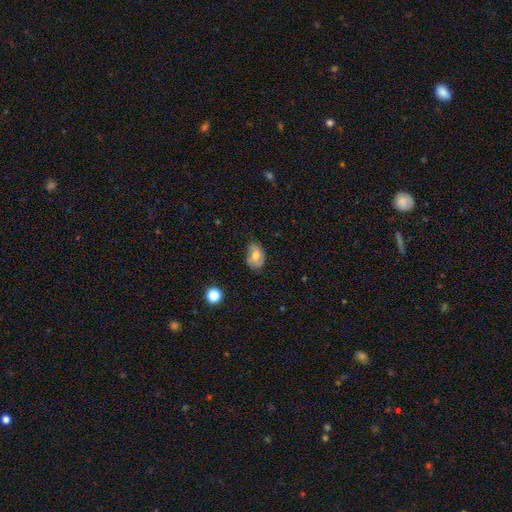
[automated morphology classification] Q: Smooth or featured?
A: smooth (56%); runner-up: featured or disk (35%)
Q: How rounded?
A: in between (81%); runner-up: round (18%)
Q: Merging?
A: none (66%); runner-up: minor disturbance (26%)